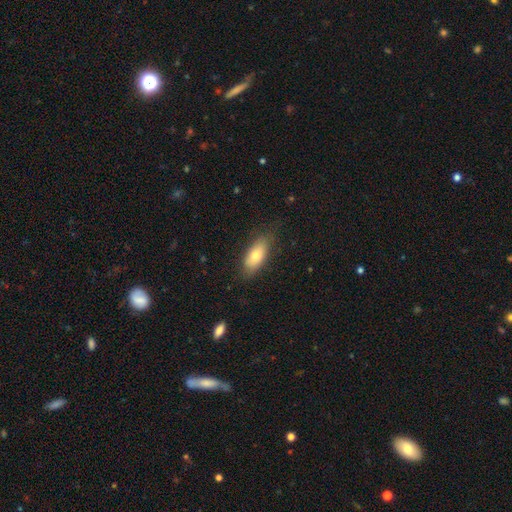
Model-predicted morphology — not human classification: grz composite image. It shows a smooth galaxy with no disk features (72%) that is in between round and cigar-shaped (84%). Merging: none (78%).